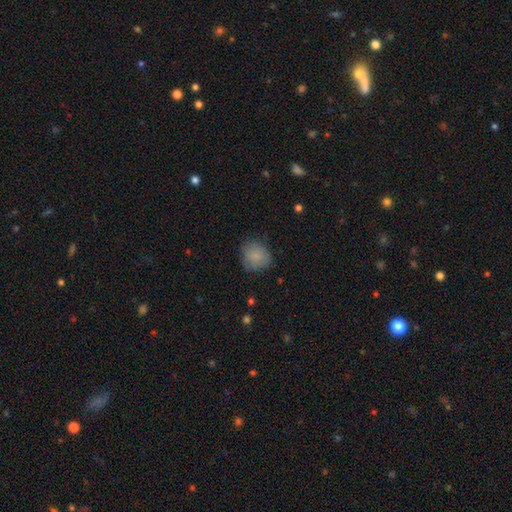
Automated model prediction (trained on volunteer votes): This is clearly a smooth galaxy (83%). How rounded: likely round (76%). Merging: likely none (72%).